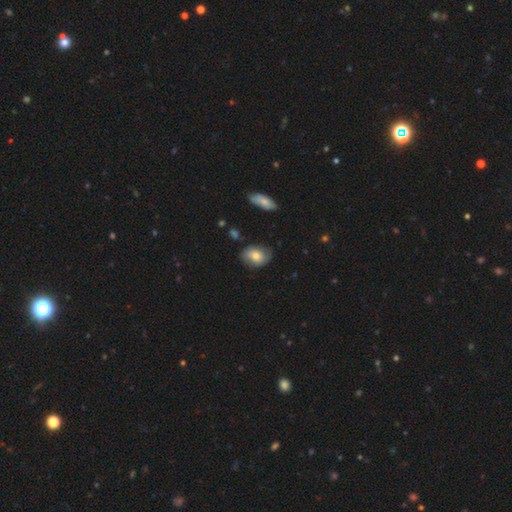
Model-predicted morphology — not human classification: Smooth or featured? Predicted: smooth (p=0.58). How rounded? Predicted: in between (p=0.68). Merging? Predicted: none (p=0.68).